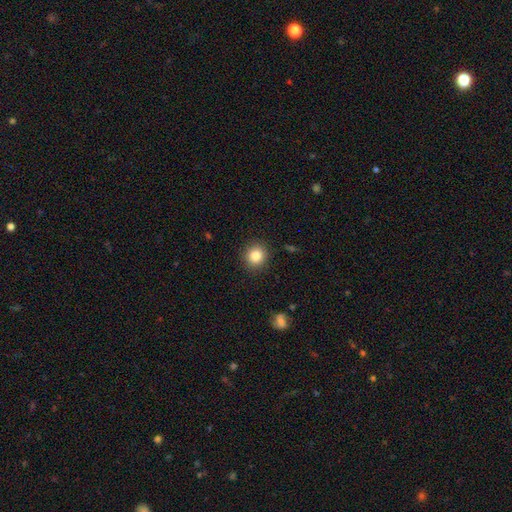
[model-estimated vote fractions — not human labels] Morphology: type=smooth (83%); roundness=round (89%); merging=none (90%).